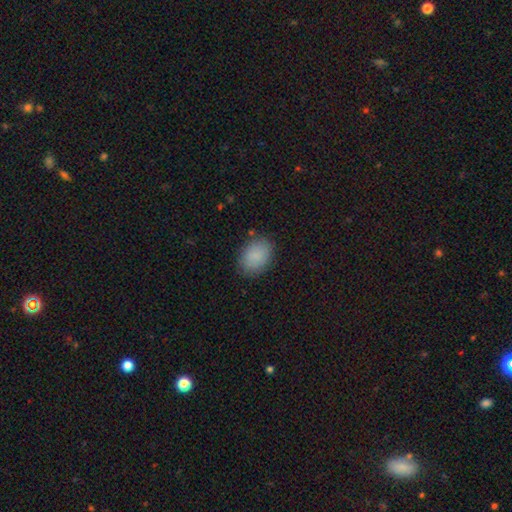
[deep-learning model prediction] Q: Smooth or featured?
A: smooth (88%); runner-up: star or artifact (7%)
Q: How rounded?
A: in between (75%); runner-up: round (24%)
Q: Merging?
A: none (84%); runner-up: minor disturbance (12%)